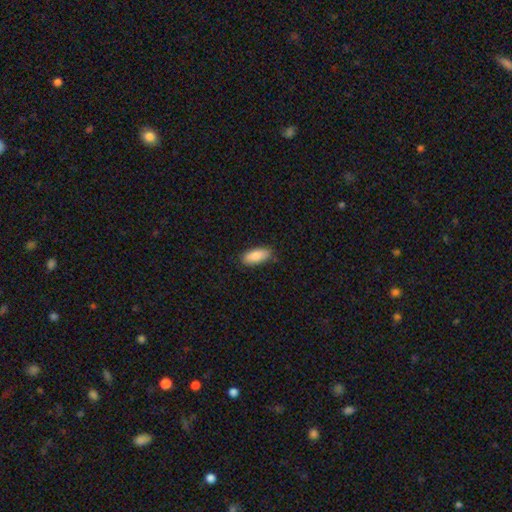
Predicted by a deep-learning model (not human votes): Smooth or featured: smooth — 88% (featured or disk — 6%)
How rounded: in between — 83% (cigar-shaped — 15%)
Merging: none — 86% (minor disturbance — 11%)